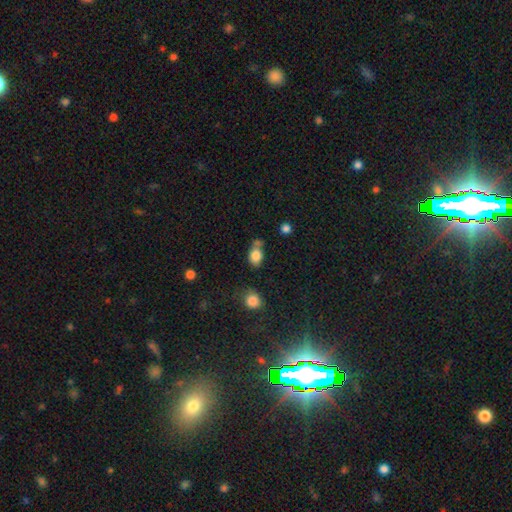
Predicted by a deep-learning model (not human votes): Smooth or featured? Predicted: smooth (p=0.82). How rounded? Predicted: in between (p=0.65). Merging? Predicted: none (p=0.45).